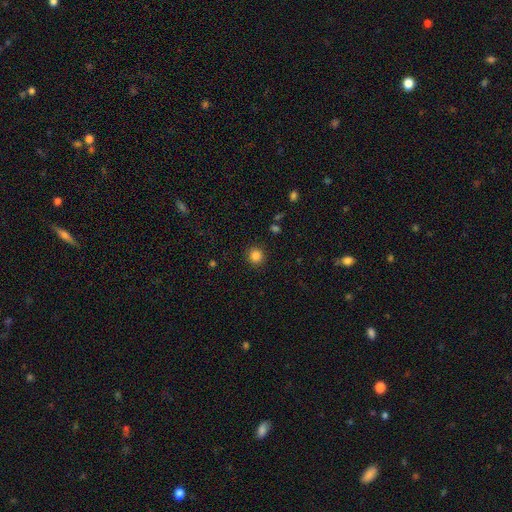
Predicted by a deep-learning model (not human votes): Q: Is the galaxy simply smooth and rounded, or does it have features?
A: smooth — 84%.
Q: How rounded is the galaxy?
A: round — 91%.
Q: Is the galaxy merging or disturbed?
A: none — 91%.